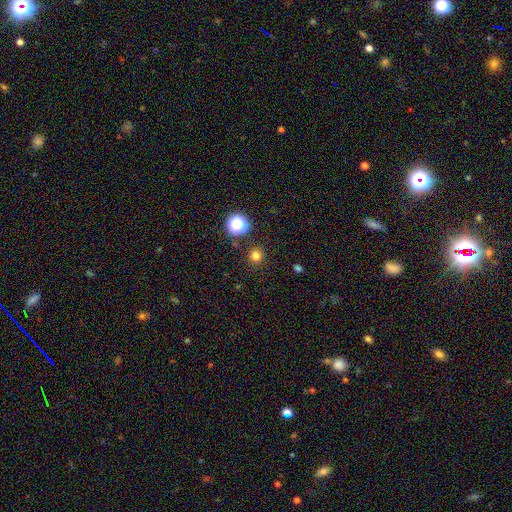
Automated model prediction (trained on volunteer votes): Q: Smooth or featured?
A: smooth (77%); runner-up: star or artifact (18%)
Q: How rounded?
A: round (95%); runner-up: in between (4%)
Q: Merging?
A: none (90%); runner-up: minor disturbance (5%)